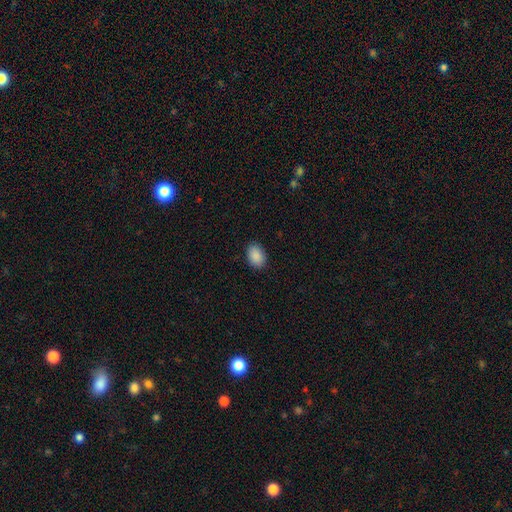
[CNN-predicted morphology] A smooth galaxy with no disk features (90%) that is in between round and cigar-shaped (79%). Merging: none (88%).